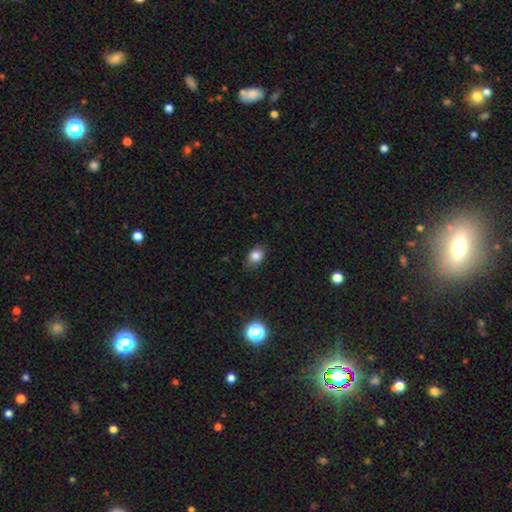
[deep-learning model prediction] Smooth or featured: smooth — 82% (star or artifact — 11%)
How rounded: in between — 68% (round — 31%)
Merging: none — 78% (minor disturbance — 18%)